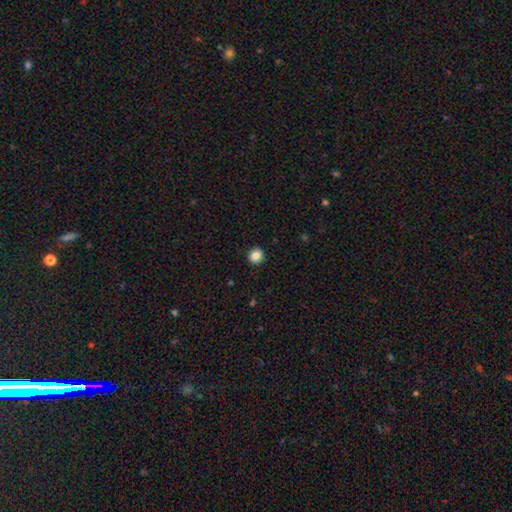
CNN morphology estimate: This appears to be a smooth galaxy with no disk features (86%) that is round (85%). Merging: none (92%).